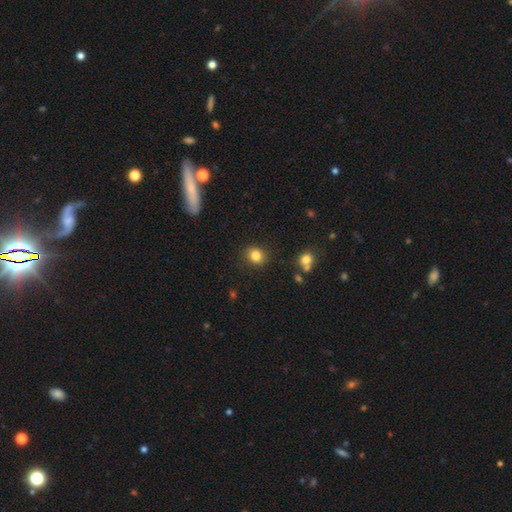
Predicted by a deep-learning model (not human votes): A smooth galaxy with no disk features (83%) that is round (79%).

Vote fractions:
- Smooth or featured? smooth: 83% / star or artifact: 11% / featured or disk: 6%
- How rounded? round: 79% / in between: 20% / cigar-shaped: 1%
- Merging? none: 86% / minor disturbance: 9% / major disturbance: 3% / merger: 2%